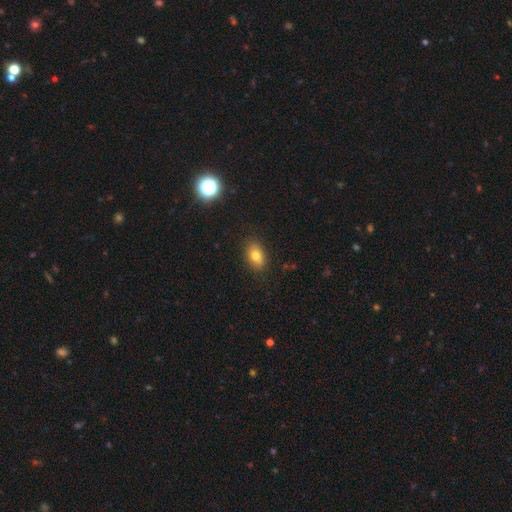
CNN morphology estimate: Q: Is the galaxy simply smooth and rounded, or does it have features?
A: smooth — 75%.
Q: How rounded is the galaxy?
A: in between — 81%.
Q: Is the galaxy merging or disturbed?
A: none — 84%.